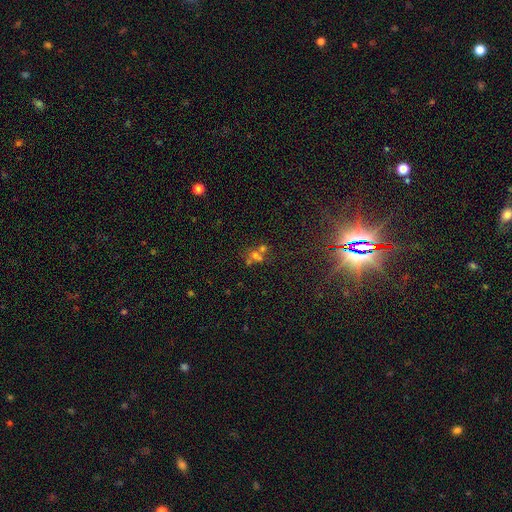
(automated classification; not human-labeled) smooth_or_featured: smooth (p=0.49) [alt: star or artifact p=0.31]
merging: merger (p=0.50) [alt: none p=0.38]